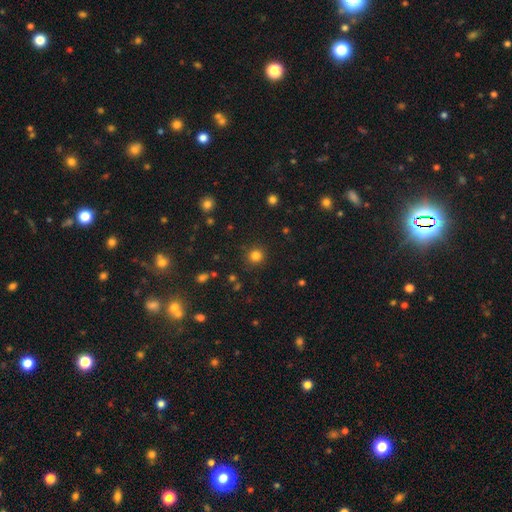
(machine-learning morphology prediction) This is clearly a smooth galaxy (82%). How rounded: clearly round (92%). Merging: clearly none (89%).